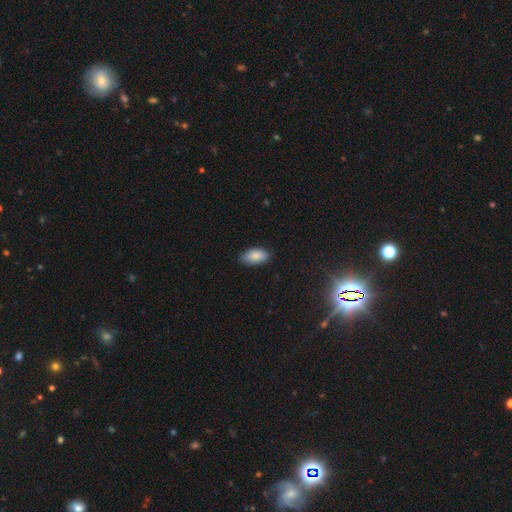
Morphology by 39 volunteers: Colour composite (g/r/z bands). It shows a smooth galaxy with no disk features (87%) that is in between round and cigar-shaped (85%). Merging: none (83%).